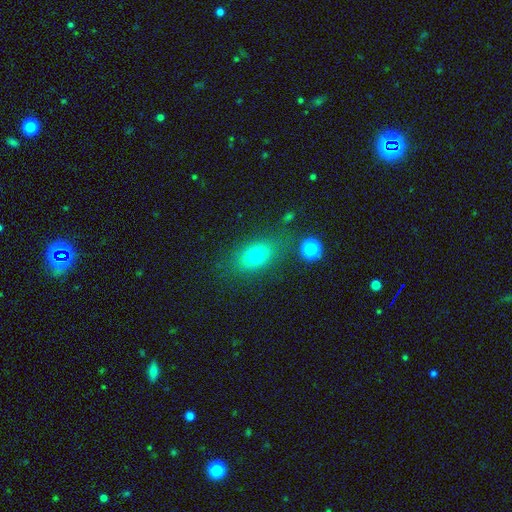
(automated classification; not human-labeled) Q: Smooth or featured?
A: smooth (75%); runner-up: featured or disk (13%)
Q: How rounded?
A: in between (79%); runner-up: round (17%)
Q: Merging?
A: none (76%); runner-up: minor disturbance (14%)